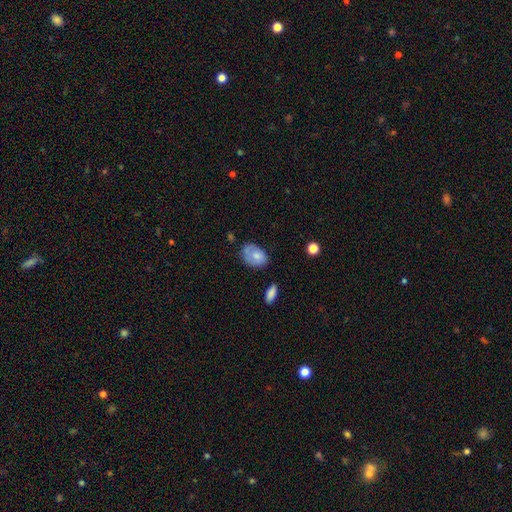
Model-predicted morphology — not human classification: smooth 70%, featured or disk 23%, star or artifact 7%. Down the decision tree: how rounded — in between (81%); merging — none (50%).